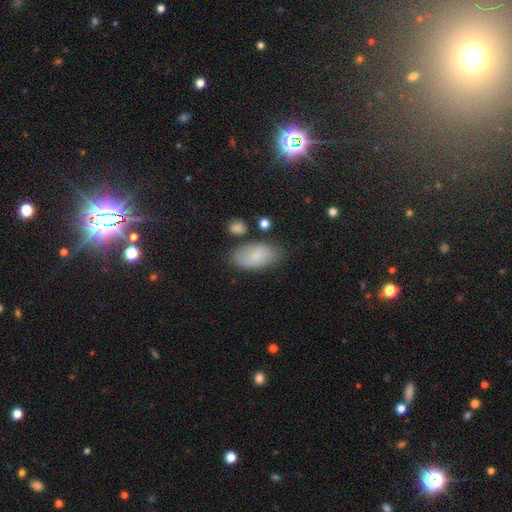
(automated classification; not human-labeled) Q: Smooth or featured?
A: smooth (76%); runner-up: featured or disk (16%)
Q: How rounded?
A: in between (94%); runner-up: round (3%)
Q: Merging?
A: none (74%); runner-up: minor disturbance (17%)